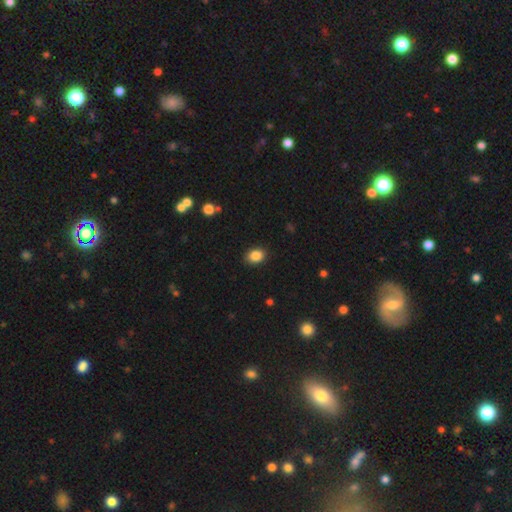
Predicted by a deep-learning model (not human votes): Smooth or featured?
  - smooth: 87% *
  - star or artifact: 9%
  - featured or disk: 4%
How rounded?
  - in between: 64% *
  - round: 35%
  - cigar-shaped: 1%
Merging?
  - none: 88% *
  - minor disturbance: 9%
  - major disturbance: 2%
  - merger: 1%